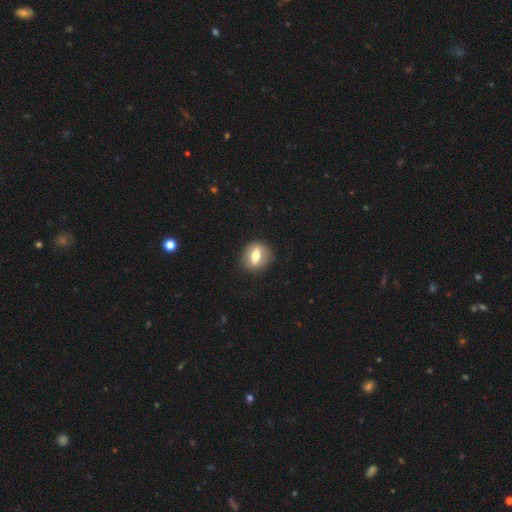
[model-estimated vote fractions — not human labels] Overall: smooth (55%; featured or disk 37%). How rounded: round (54%; in between 42%). Merging: none (85%).